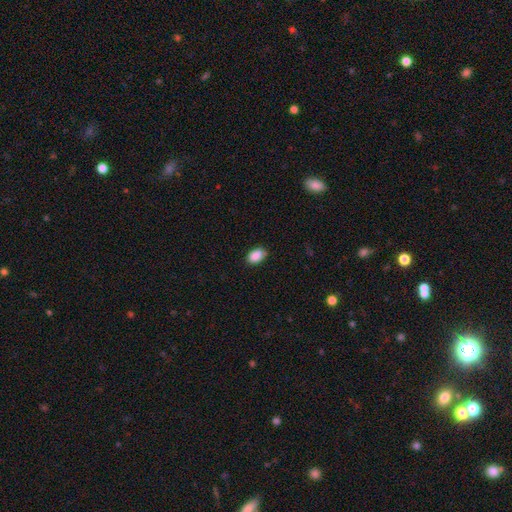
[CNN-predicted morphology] This appears to be a smooth galaxy with no disk features (88%) that is in between round and cigar-shaped (90%). Merging: none (79%).